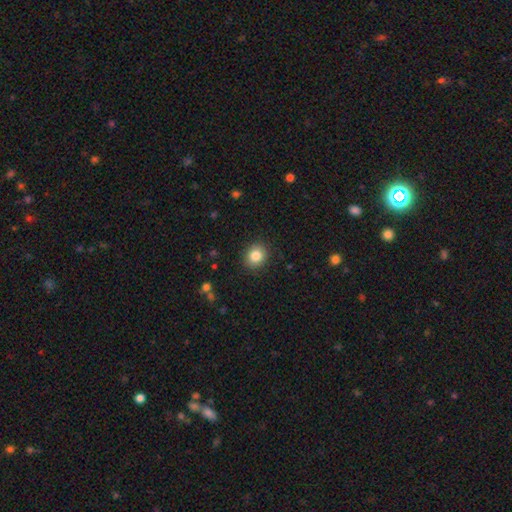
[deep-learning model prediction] Smooth or featured? smooth (84%)
How rounded? round (77%)
Merging? none (89%)